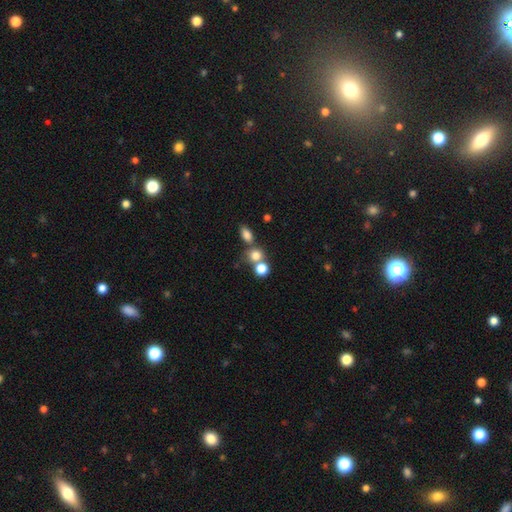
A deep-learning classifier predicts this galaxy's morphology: A smooth galaxy with no disk features (76%) that is round (75%).

Vote fractions:
- Smooth or featured? smooth: 76% / star or artifact: 15% / featured or disk: 9%
- How rounded? round: 75% / in between: 24% / cigar-shaped: 1%
- Merging? none: 50% / merger: 36% / minor disturbance: 9% / major disturbance: 5%